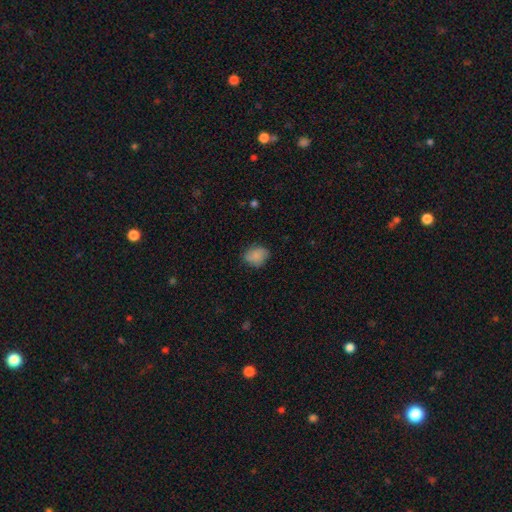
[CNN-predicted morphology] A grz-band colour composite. It shows a smooth galaxy with no disk features (81%) that is in between round and cigar-shaped (54%). Merging: none (74%).